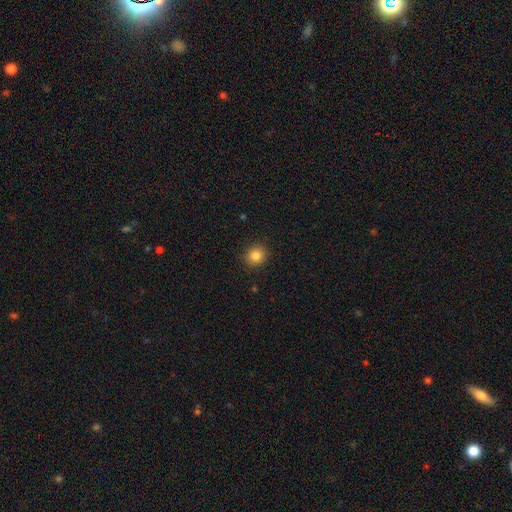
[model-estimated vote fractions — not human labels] This is clearly a smooth galaxy (83%). How rounded: clearly round (81%). Merging: clearly none (91%).